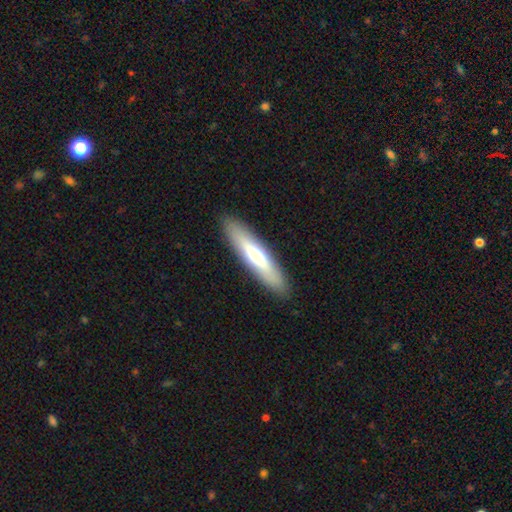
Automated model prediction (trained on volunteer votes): Smooth or featured? smooth (65%)
How rounded? cigar-shaped (81%)
Merging? none (90%)